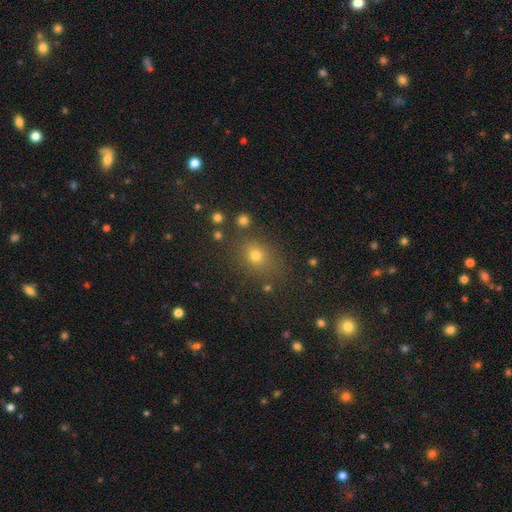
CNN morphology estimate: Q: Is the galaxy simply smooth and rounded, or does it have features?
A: smooth — 69%.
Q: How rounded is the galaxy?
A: round — 61%.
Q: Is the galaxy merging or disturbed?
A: none — 79%.